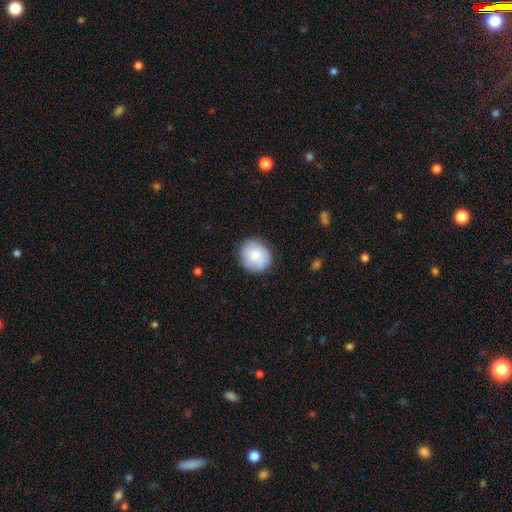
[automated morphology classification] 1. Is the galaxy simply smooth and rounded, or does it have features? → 77% smooth, 16% featured or disk, 6% star or artifact.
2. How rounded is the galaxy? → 79% round, 20% in between, 1% cigar-shaped.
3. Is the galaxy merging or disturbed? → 85% none, 12% minor disturbance, 3% major disturbance, 1% merger.